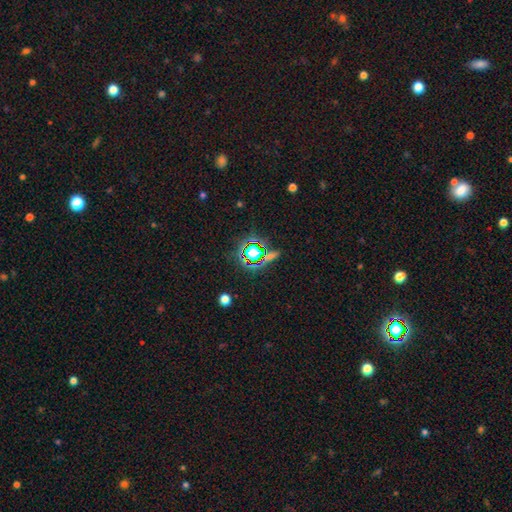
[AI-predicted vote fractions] This is likely a star or artifact rather than a galaxy (78%).